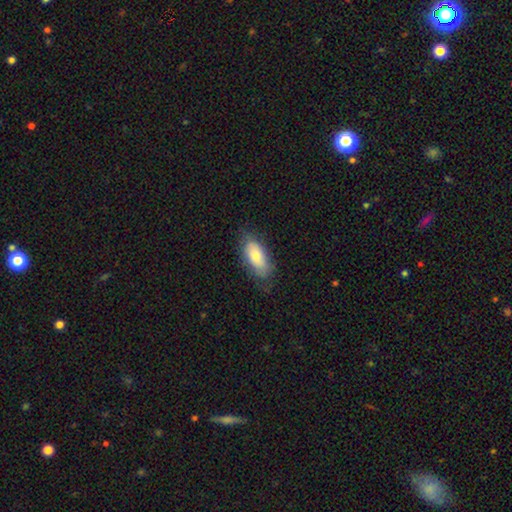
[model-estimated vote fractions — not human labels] This is likely a smooth galaxy (72%). How rounded: clearly in between (86%). Merging: likely none (73%).